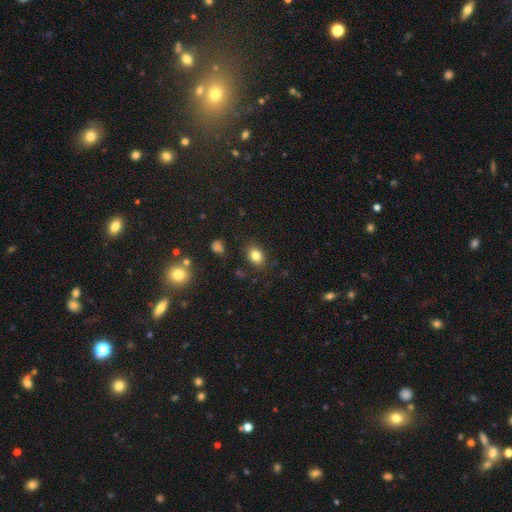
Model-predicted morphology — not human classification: Overall: smooth (81%). How rounded: in between (64%; round 35%). Merging: none (85%).